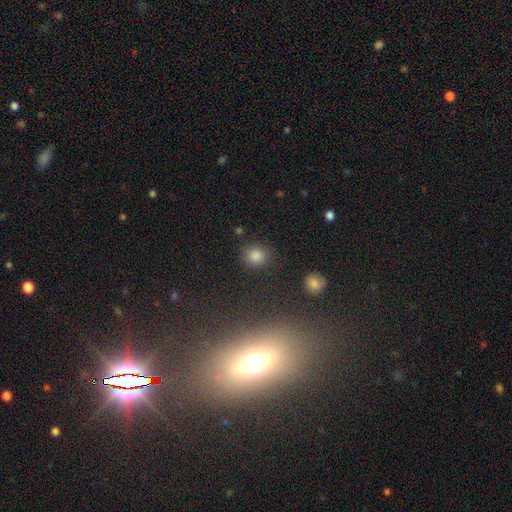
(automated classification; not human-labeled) A smooth galaxy with no disk features (81%) that is round (85%). Merging: none (87%).